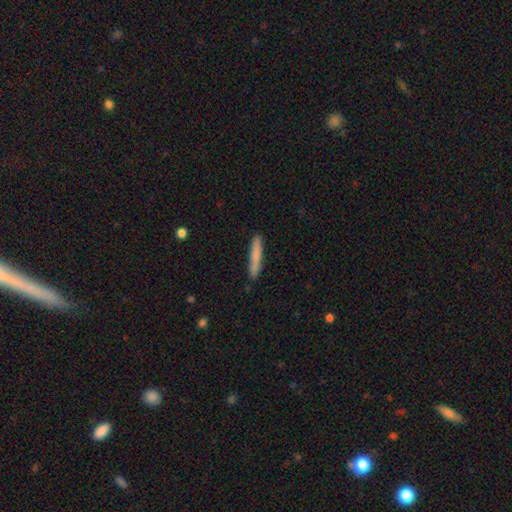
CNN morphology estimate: Smooth or featured: smooth — 79% (featured or disk — 16%)
How rounded: cigar-shaped — 95% (in between — 4%)
Merging: none — 89% (minor disturbance — 8%)